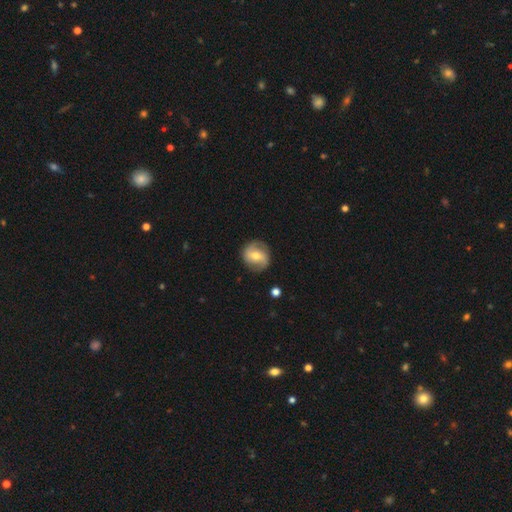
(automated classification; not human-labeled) Q: Smooth or featured?
A: featured or disk (64%); runner-up: smooth (30%)
Q: Edge-on disk?
A: no (97%); runner-up: yes (3%)
Q: Bar?
A: weak (41%); runner-up: no (38%)
Q: Spiral arms?
A: yes (85%); runner-up: no (15%)
Q: Spiral winding?
A: medium (44%); runner-up: tight (29%)
Q: Spiral arm count?
A: 2 (84%); runner-up: can't tell (8%)
Q: Bulge size?
A: moderate (67%); runner-up: small (27%)
Q: Merging?
A: none (82%); runner-up: minor disturbance (12%)